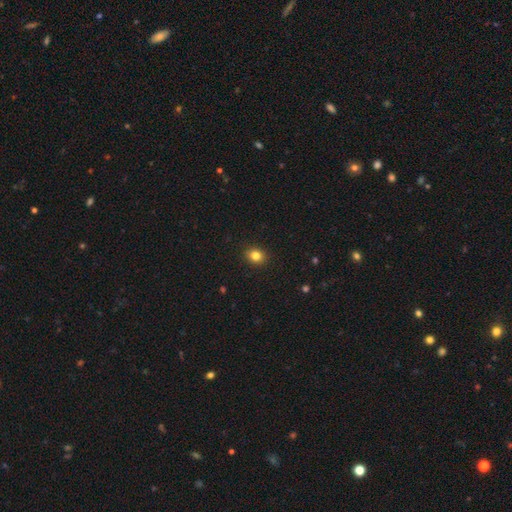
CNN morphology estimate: smooth 83%, star or artifact 12%, featured or disk 5%. Down the decision tree: how rounded — round (67%); merging — none (91%).